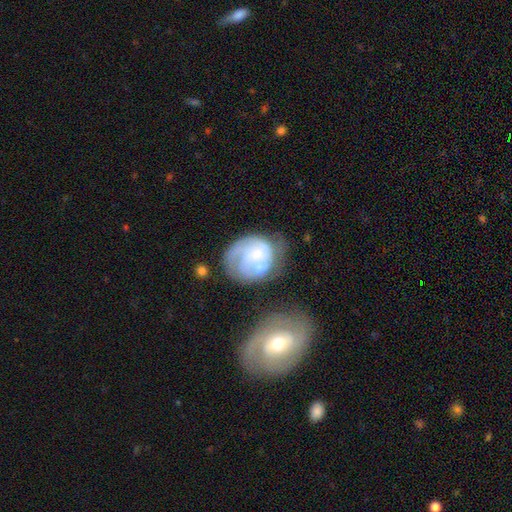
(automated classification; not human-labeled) This is likely a featured or disk galaxy (67%). It is clearly not viewed edge-on (98%). Bar: likely no (74%). Spiral arm pattern: likely yes (75%). Central bulge: likely small (60%). Merging: marginally none (36%).